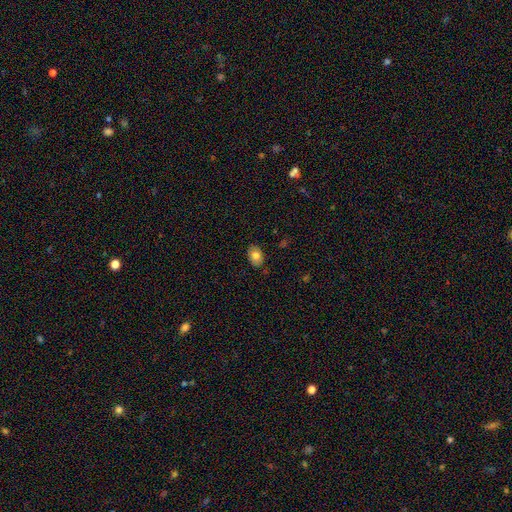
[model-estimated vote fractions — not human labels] Smooth or featured: smooth — 79% (featured or disk — 14%)
How rounded: in between — 82% (round — 17%)
Merging: none — 86% (minor disturbance — 11%)